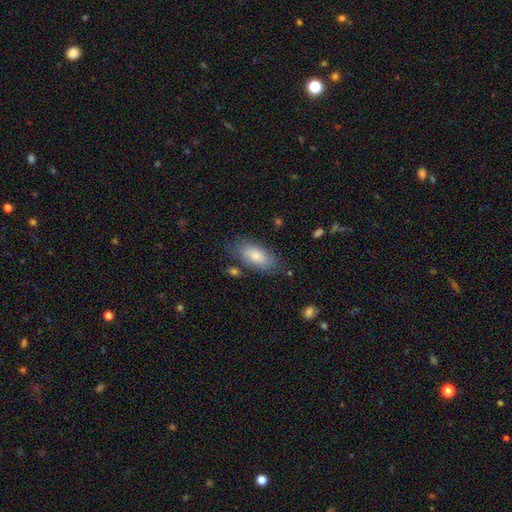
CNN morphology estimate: This is likely a smooth galaxy (74%). How rounded: clearly in between (90%). Merging: likely none (72%).